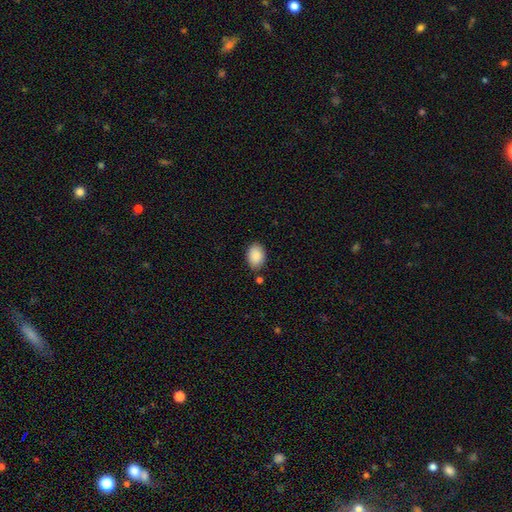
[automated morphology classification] Smooth or featured? smooth (89%)
How rounded? in between (85%)
Merging? none (82%)